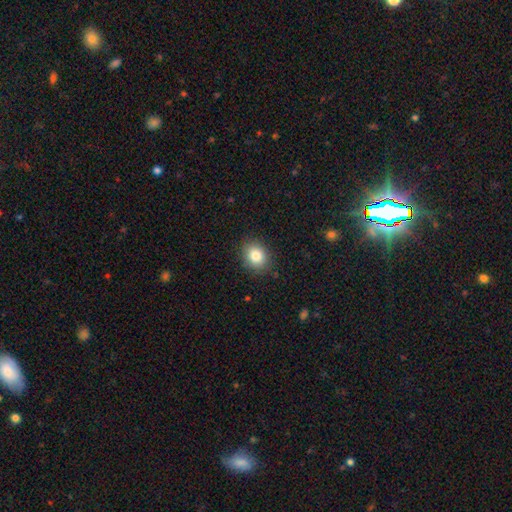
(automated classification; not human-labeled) The model was most divided on "how rounded": round: 56%, in between: 43%, cigar-shaped: 1%. More confident: merging — none (87%); smooth or featured — smooth (83%).